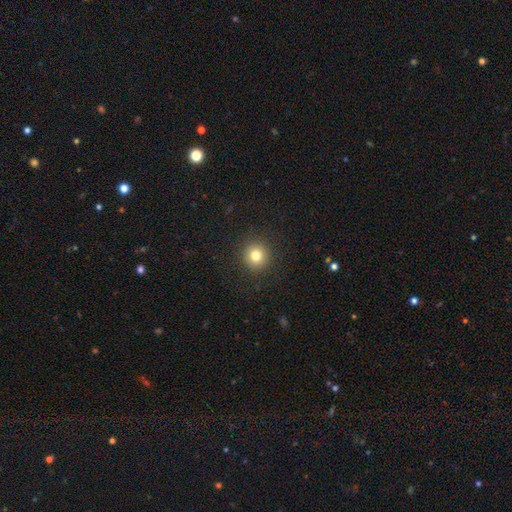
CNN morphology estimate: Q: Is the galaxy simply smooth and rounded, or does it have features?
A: smooth — 80%.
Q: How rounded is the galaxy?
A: round — 94%.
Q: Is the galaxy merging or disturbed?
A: none — 91%.